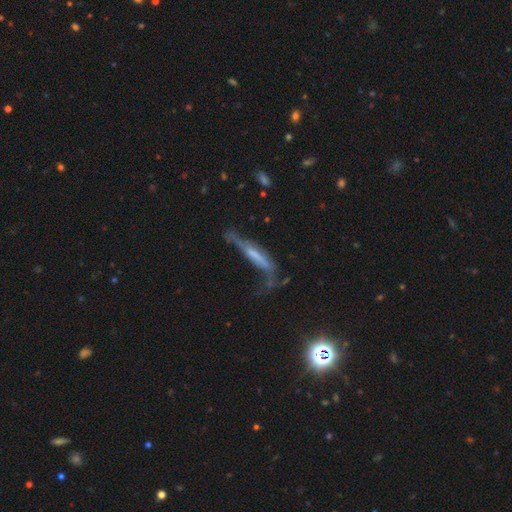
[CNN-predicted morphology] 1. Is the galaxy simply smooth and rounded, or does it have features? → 55% featured or disk, 34% smooth, 11% star or artifact.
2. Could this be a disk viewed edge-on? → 65% yes, 35% no.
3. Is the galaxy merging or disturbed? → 39% major disturbance, 28% none, 25% minor disturbance, 8% merger.